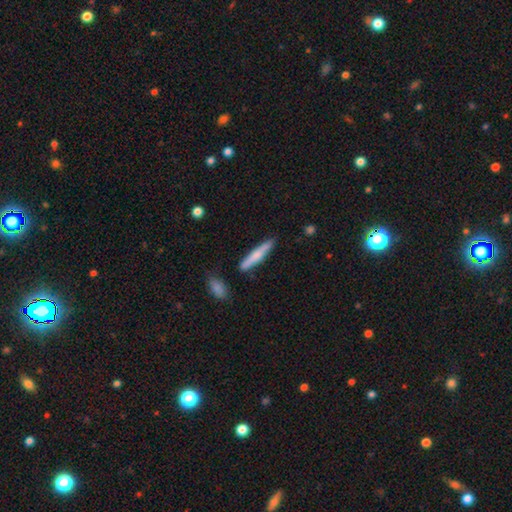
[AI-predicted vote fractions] A smooth galaxy with no disk features (66%) that is cigar-shaped (91%). Merging: none (82%).